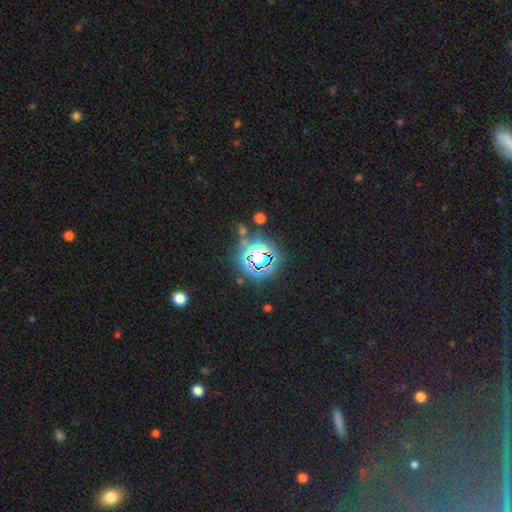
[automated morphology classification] This appears to be a star or artifact, not a galaxy (64%).